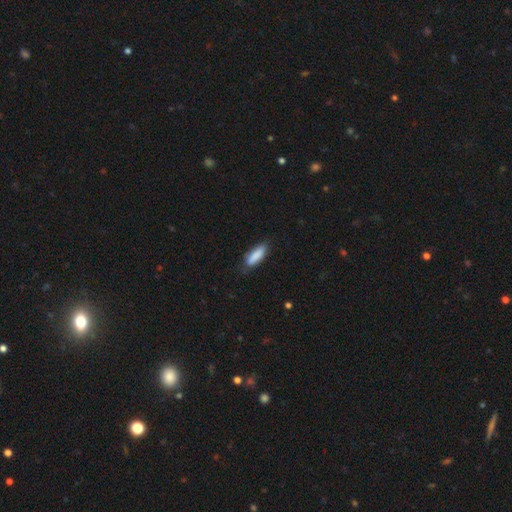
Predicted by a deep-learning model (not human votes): Smooth or featured? smooth (87%)
How rounded? in between (51%)
Merging? none (78%)